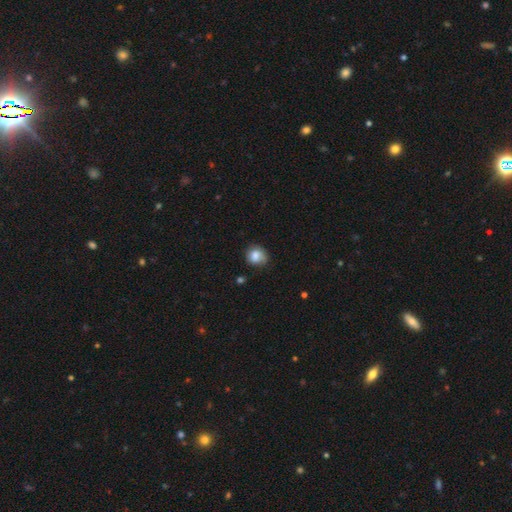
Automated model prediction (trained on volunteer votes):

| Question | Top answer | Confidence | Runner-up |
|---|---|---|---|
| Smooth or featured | smooth | 78% | featured or disk (13%) |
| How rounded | round | 72% | in between (27%) |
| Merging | none | 59% | minor disturbance (30%) |